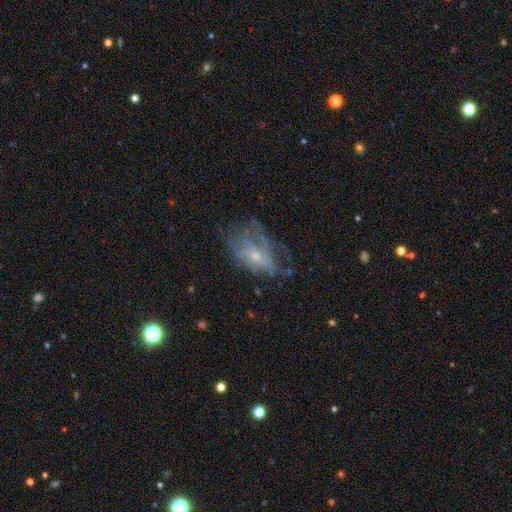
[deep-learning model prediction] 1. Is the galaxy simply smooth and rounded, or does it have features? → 57% featured or disk, 32% smooth, 10% star or artifact.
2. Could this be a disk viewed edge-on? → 94% no, 6% yes.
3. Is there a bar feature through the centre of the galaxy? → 73% no, 23% weak, 4% strong.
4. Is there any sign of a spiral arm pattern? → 54% no, 46% yes.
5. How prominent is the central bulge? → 60% small, 31% moderate, 6% none, 2% large, 1% dominant.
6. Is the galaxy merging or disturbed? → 38% none, 34% major disturbance, 25% minor disturbance, 3% merger.